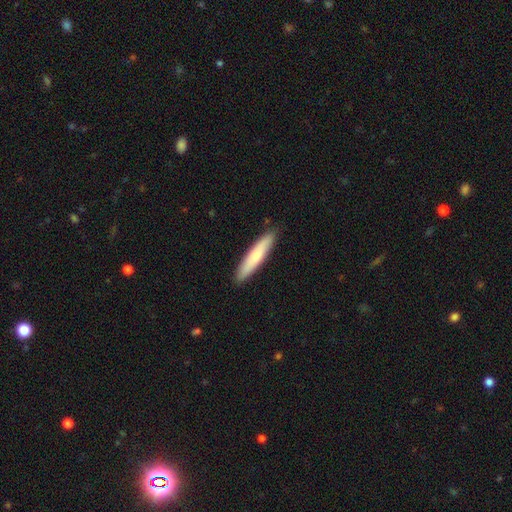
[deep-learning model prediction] A smooth galaxy with no disk features (73%) that is cigar-shaped (89%). Merging: none (89%).